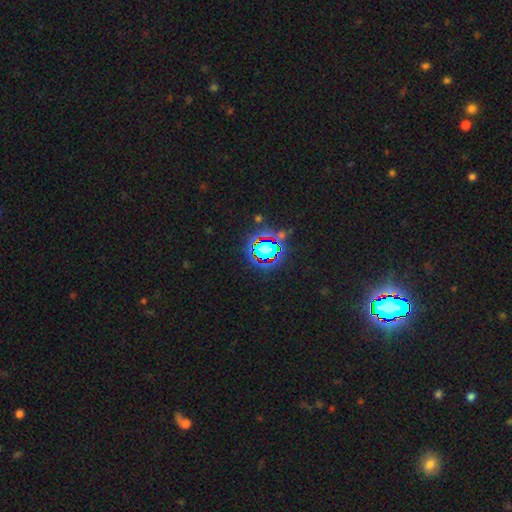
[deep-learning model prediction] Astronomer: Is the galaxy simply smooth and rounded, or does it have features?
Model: star or artifact — 81%.